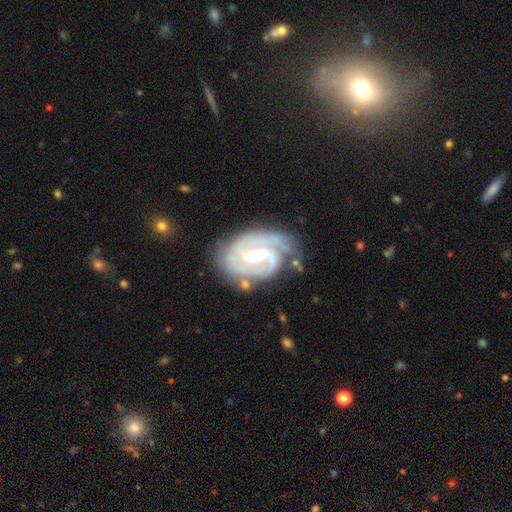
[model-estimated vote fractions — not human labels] featured or disk 89%, smooth 6%, star or artifact 5%. Down the decision tree: edge-on disk — no (97%); bar — weak (52%); spiral arms — yes (97%); spiral arm count — 2 (65%); spiral winding — tight (52%); bulge size — moderate (62%); merging — none (65%).